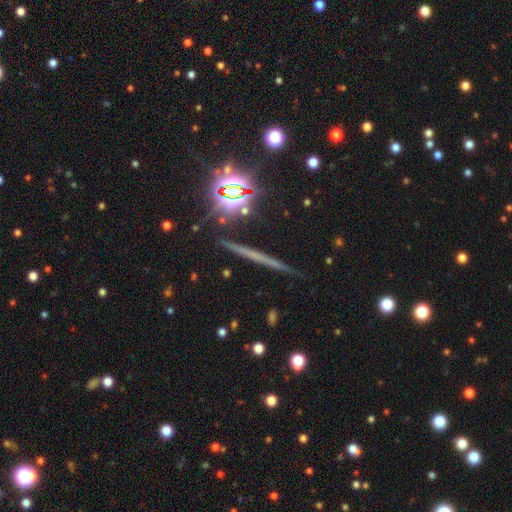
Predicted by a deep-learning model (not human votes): smooth-or-featured: featured or disk: 49% | smooth: 26% | star or artifact: 25%
  merging: none: 90% | minor disturbance: 6% | merger: 2% | major disturbance: 2%